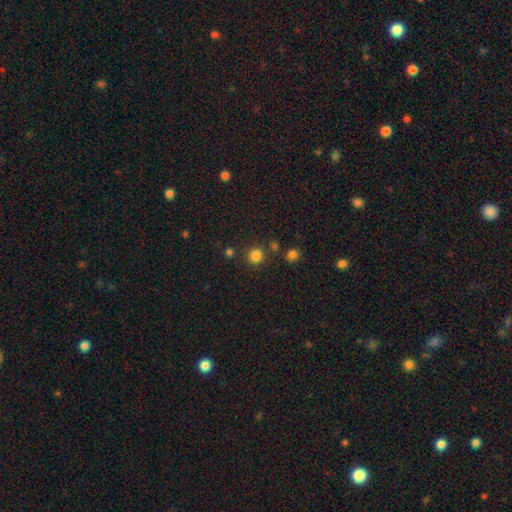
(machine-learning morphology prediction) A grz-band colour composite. It shows a smooth galaxy with no disk features (81%) that is round (93%). Merging: none (84%).